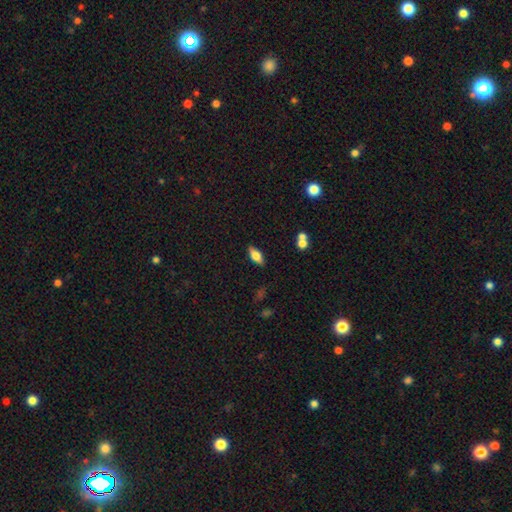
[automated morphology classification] Smooth or featured? Predicted: smooth (p=0.63). How rounded? Predicted: in between (p=0.81). Merging? Predicted: none (p=0.85).